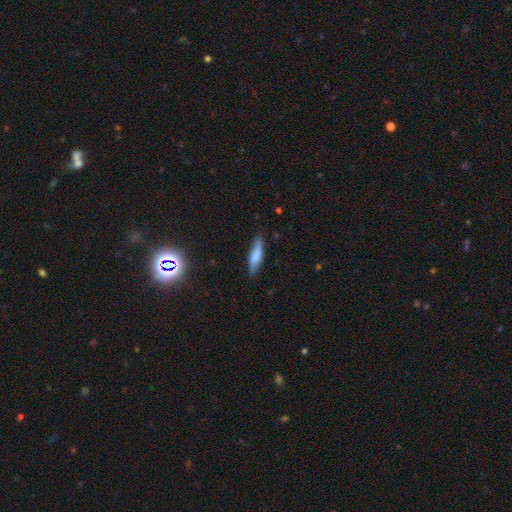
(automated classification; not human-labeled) A smooth galaxy with no disk features (71%) that is cigar-shaped (72%). Merging: none (78%).